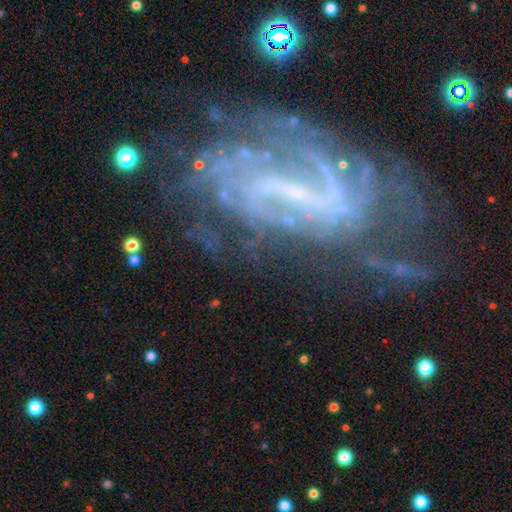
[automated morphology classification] A featured or disk galaxy (86%) with a strong bar (43%), 2 (40%) medium (42%) spiral arms (91%) and a small central bulge (57%). Merging: none (47%).